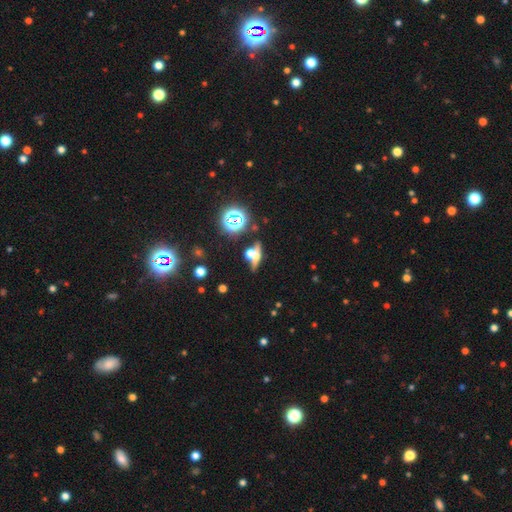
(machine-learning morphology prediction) This appears to be a featured or disk galaxy (43%). Merging: none (50%).